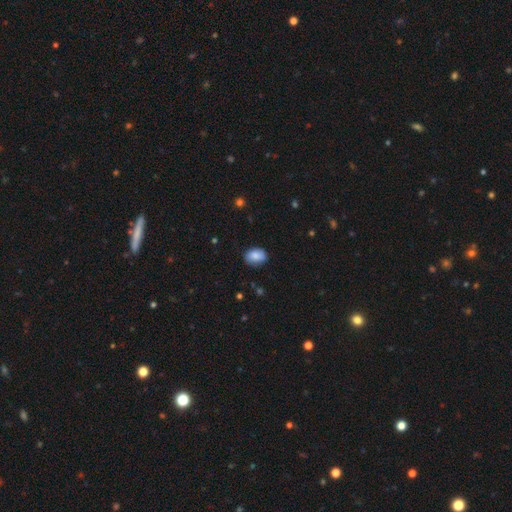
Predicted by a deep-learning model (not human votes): smooth-or-featured: smooth: 82% | featured or disk: 11% | star or artifact: 8%
  how-rounded: in between: 72% | round: 27% | cigar-shaped: 1%
  merging: none: 79% | minor disturbance: 16% | major disturbance: 3% | merger: 1%